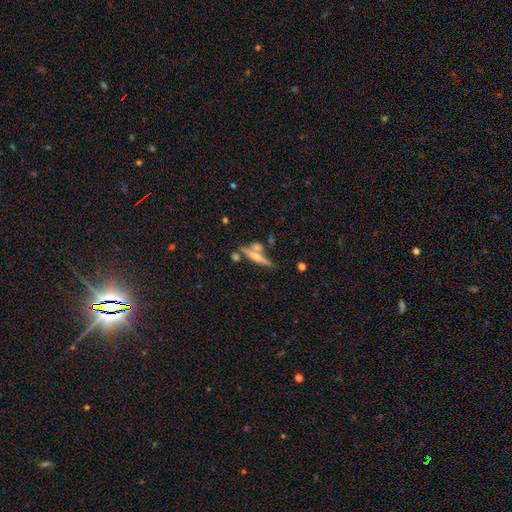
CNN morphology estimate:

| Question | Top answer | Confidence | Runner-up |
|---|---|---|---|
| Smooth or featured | featured or disk | 51% | smooth (40%) |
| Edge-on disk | yes | 93% | no (7%) |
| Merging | none | 60% | merger (24%) |